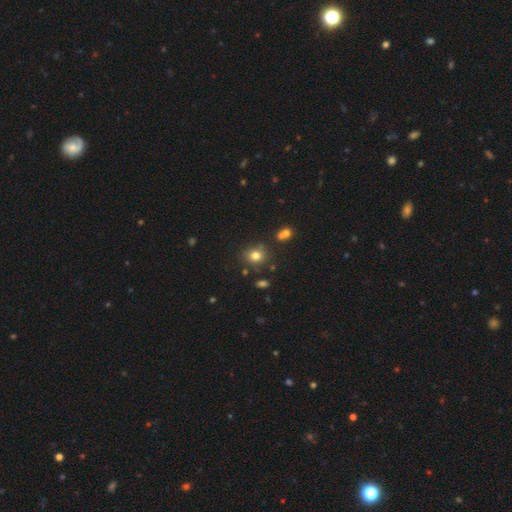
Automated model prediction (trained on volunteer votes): The model was most divided on "how rounded": round: 76%, in between: 23%, cigar-shaped: 1%. More confident: merging — none (79%); smooth or featured — smooth (78%).